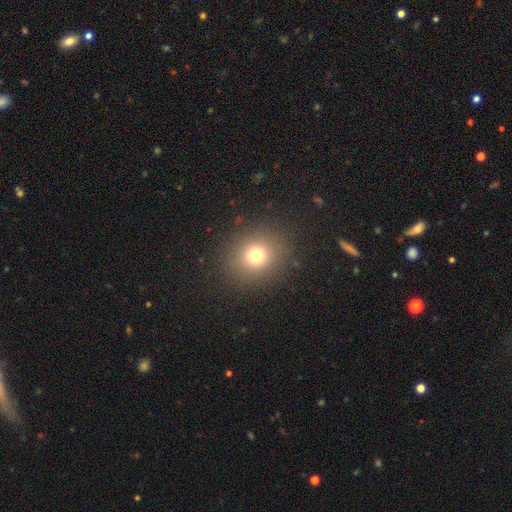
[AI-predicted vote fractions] This appears to be a smooth galaxy with no disk features (74%) that is round (80%). Merging: none (88%).